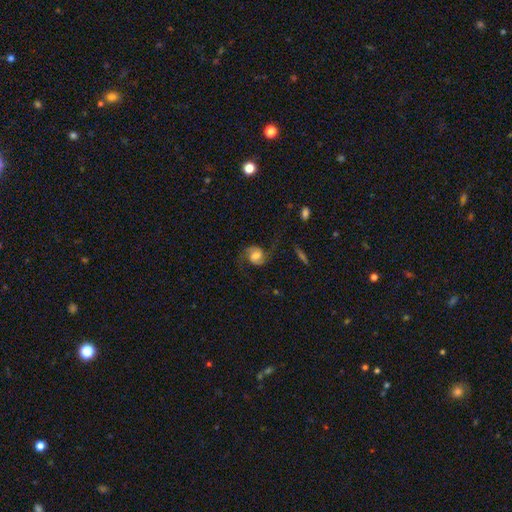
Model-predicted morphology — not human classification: This is likely a featured or disk galaxy (73%). It is clearly not viewed edge-on (97%). Bar: marginally no (44%, tied with weak). Spiral arm pattern: clearly yes (95%). Spiral arm count: clearly 2 (91%). Spiral winding: marginally loose (44%, tied with medium). Central bulge: possibly moderate (46%). Merging: likely none (71%).